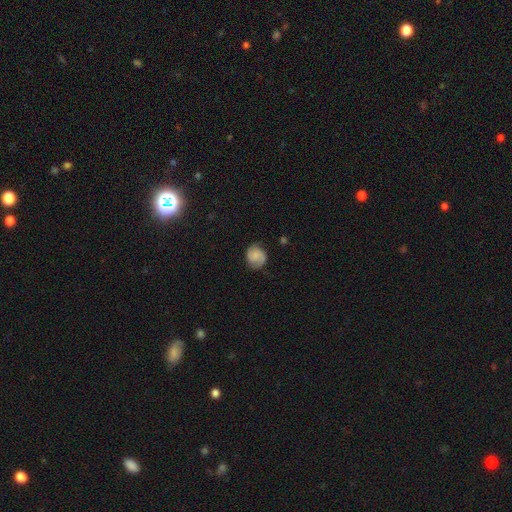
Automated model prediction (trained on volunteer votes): Overall: smooth (51%; featured or disk 41%). How rounded: round (74%). Merging: none (74%).